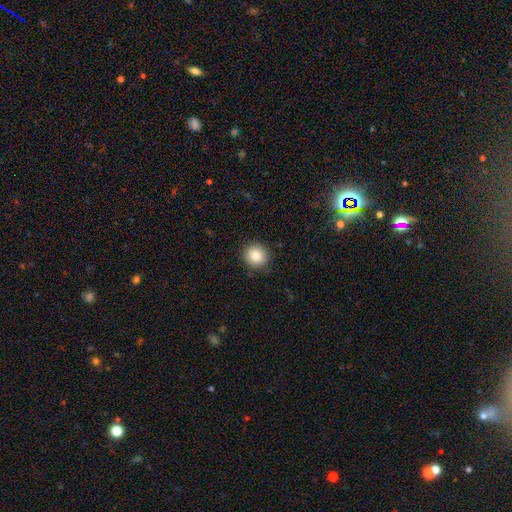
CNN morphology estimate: Overall: smooth (86%). How rounded: round (90%). Merging: none (90%).